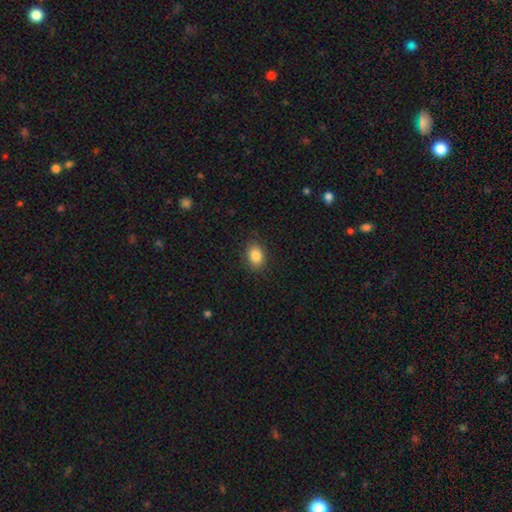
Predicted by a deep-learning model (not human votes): A smooth galaxy with no disk features (85%) that is in between round and cigar-shaped (70%). Merging: none (87%).